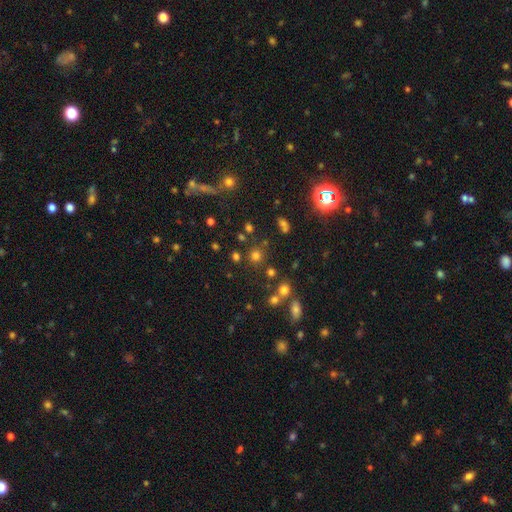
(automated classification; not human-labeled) Morphology: type=smooth (68%); roundness=round (90%); merging=none (79%).